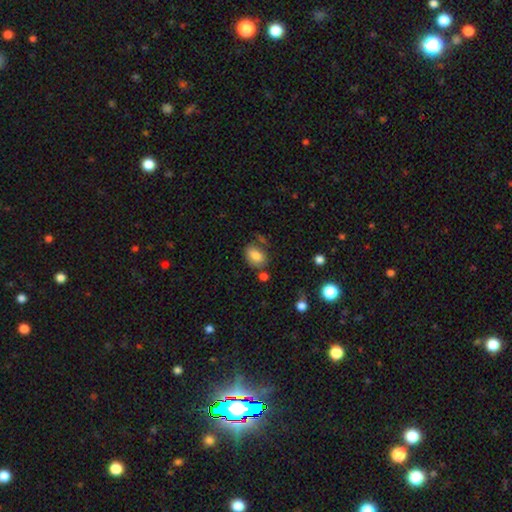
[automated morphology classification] Smooth or featured: smooth — 79% (featured or disk — 12%)
How rounded: in between — 76% (round — 23%)
Merging: none — 61% (minor disturbance — 19%)